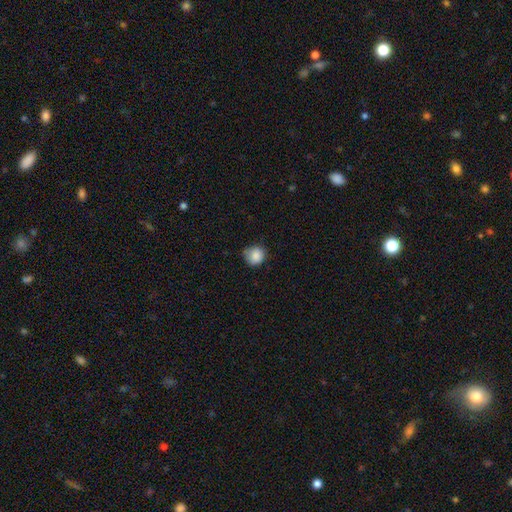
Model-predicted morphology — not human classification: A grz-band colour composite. It shows a smooth galaxy with no disk features (86%) that is round (86%). Merging: none (68%).